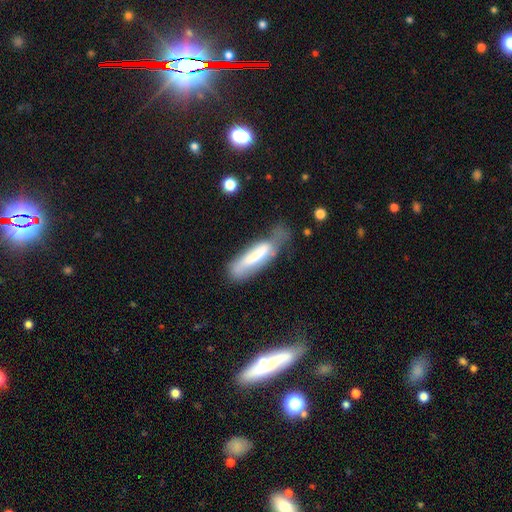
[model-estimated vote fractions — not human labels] A smooth galaxy with no disk features (62%) that is cigar-shaped (65%).

Vote fractions:
- Smooth or featured? smooth: 62% / featured or disk: 31% / star or artifact: 8%
- How rounded? cigar-shaped: 65% / in between: 33% / round: 2%
- Merging? minor disturbance: 36% / none: 29% / major disturbance: 27% / merger: 7%